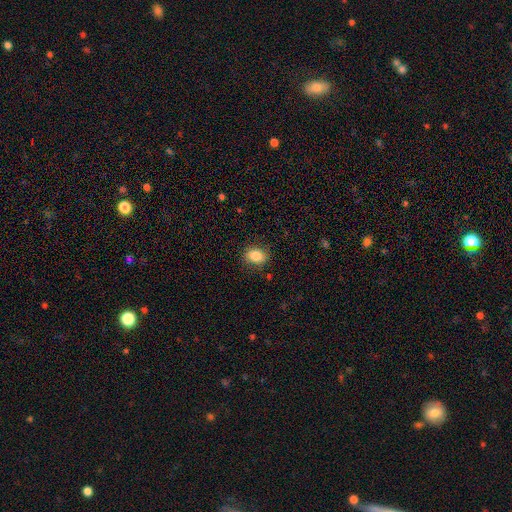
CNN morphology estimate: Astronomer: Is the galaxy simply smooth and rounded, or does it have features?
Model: smooth — 85%.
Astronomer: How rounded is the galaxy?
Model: in between — 68%.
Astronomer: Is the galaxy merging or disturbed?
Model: none — 84%.